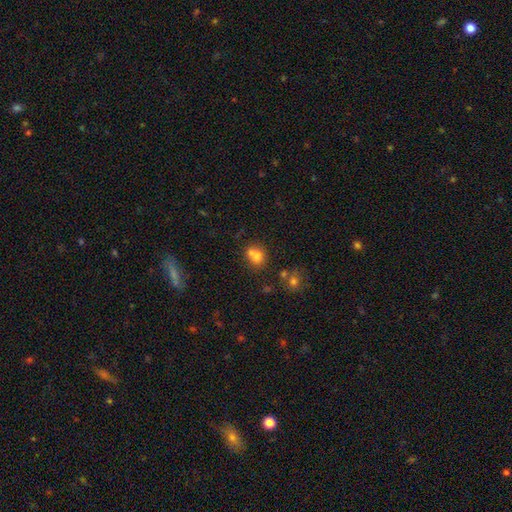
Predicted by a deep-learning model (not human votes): Q: Smooth or featured?
A: smooth (71%); runner-up: featured or disk (16%)
Q: How rounded?
A: round (65%); runner-up: in between (34%)
Q: Merging?
A: merger (51%); runner-up: none (36%)